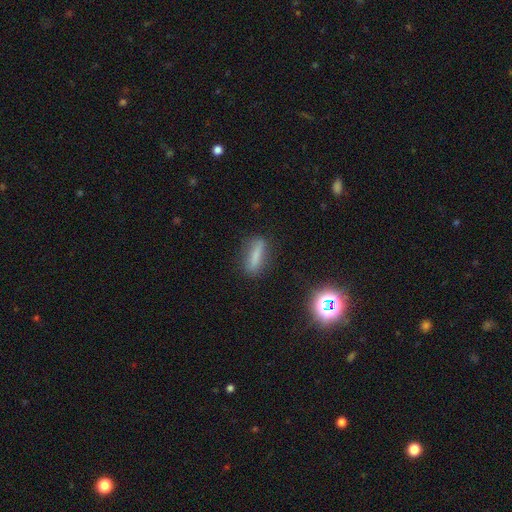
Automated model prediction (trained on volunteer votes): This appears to be a smooth galaxy with no disk features (70%) that is cigar-shaped (70%). Merging: none (80%).